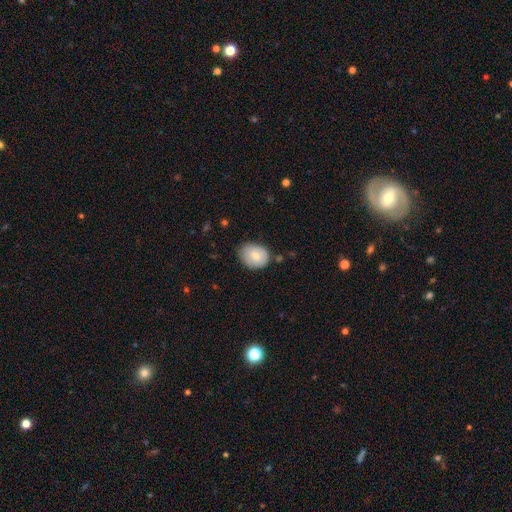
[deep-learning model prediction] smooth_or_featured: smooth (p=0.78) [alt: featured or disk p=0.15]
how_rounded: in between (p=0.55) [alt: round p=0.44]
merging: none (p=0.68) [alt: minor disturbance p=0.25]